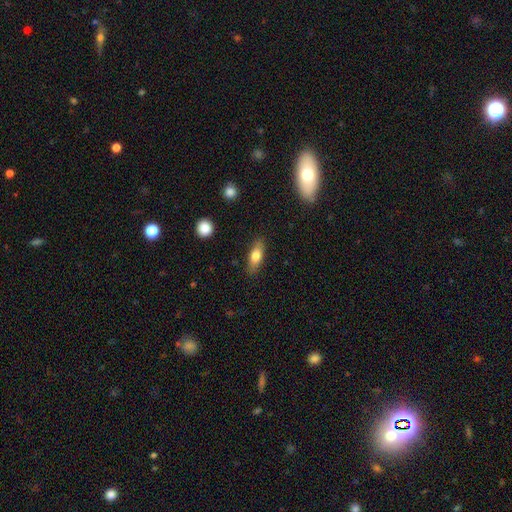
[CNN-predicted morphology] This is likely a smooth galaxy (74%). How rounded: likely in between (69%). Merging: clearly none (84%).